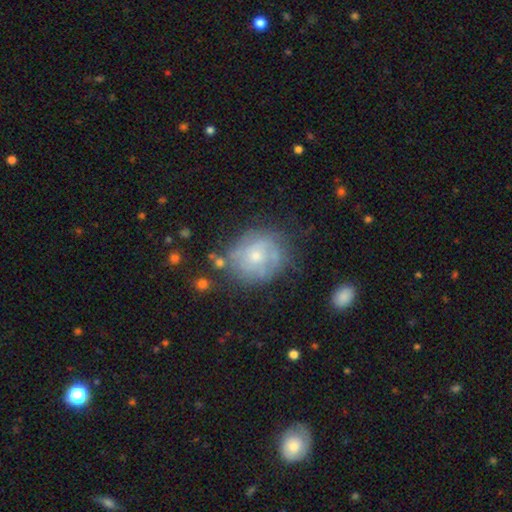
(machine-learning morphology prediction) Overall: featured or disk (65%; smooth 27%). Edge-on disk: no (97%). Bar: no (80%). Spiral arms: yes (78%). Bulge size: small (59%; moderate 37%). Merging: none (66%).